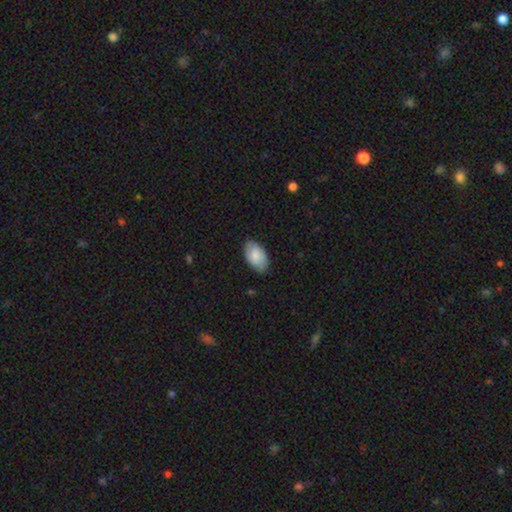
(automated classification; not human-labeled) A smooth galaxy with no disk features (81%) that is in between round and cigar-shaped (94%).

Vote fractions:
- Smooth or featured? smooth: 81% / featured or disk: 14% / star or artifact: 6%
- How rounded? in between: 94% / round: 4% / cigar-shaped: 1%
- Merging? none: 81% / minor disturbance: 16% / major disturbance: 2% / merger: 1%